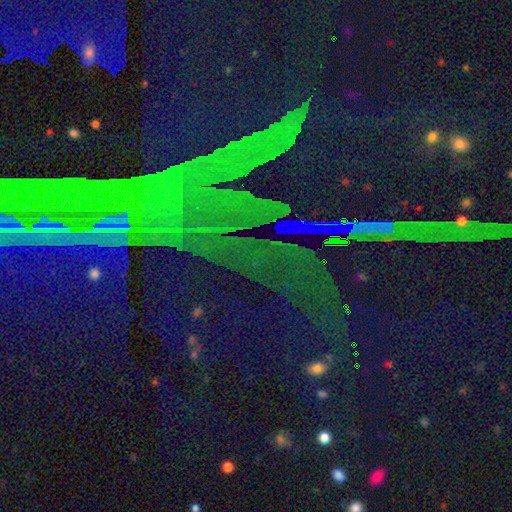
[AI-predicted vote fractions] smooth_or_featured: star or artifact (p=0.86) [alt: smooth p=0.07]